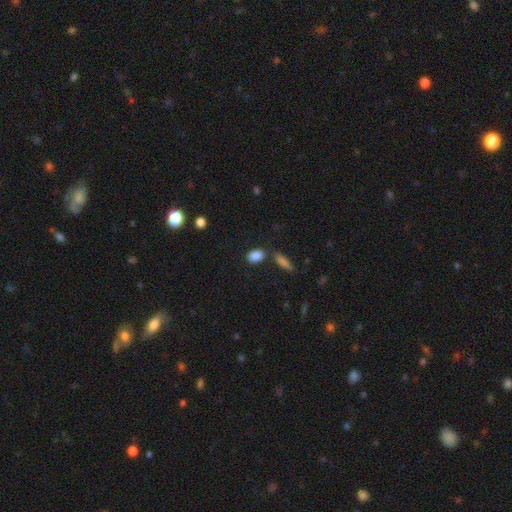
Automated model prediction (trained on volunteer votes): A smooth galaxy with no disk features (88%) that is in between round and cigar-shaped (82%). Merging: none (76%).